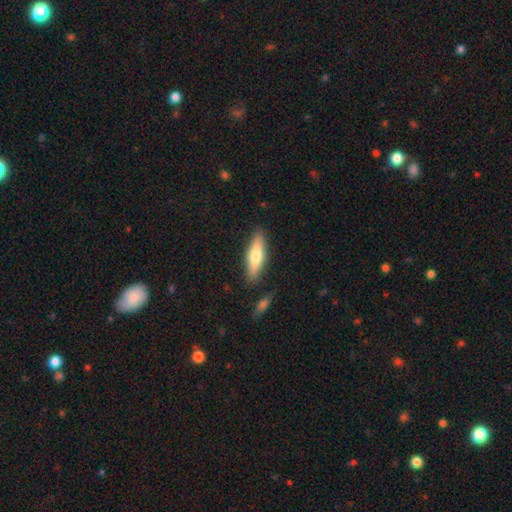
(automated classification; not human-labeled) Smooth or featured: smooth — 62% (featured or disk — 32%)
How rounded: cigar-shaped — 65% (in between — 33%)
Merging: none — 85% (minor disturbance — 10%)